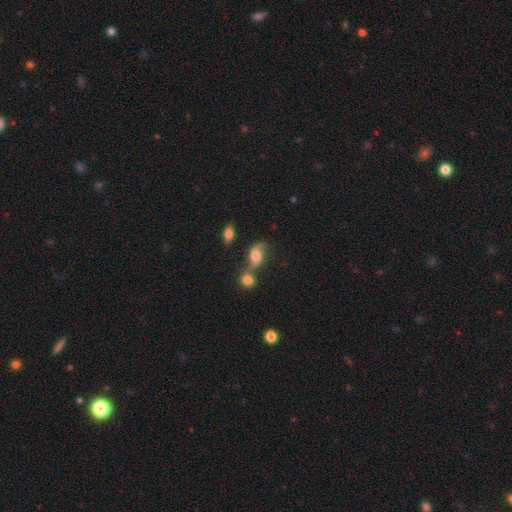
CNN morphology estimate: Smooth or featured? Predicted: smooth (p=0.60). How rounded? Predicted: in between (p=0.70). Merging? Predicted: merger (p=0.38).